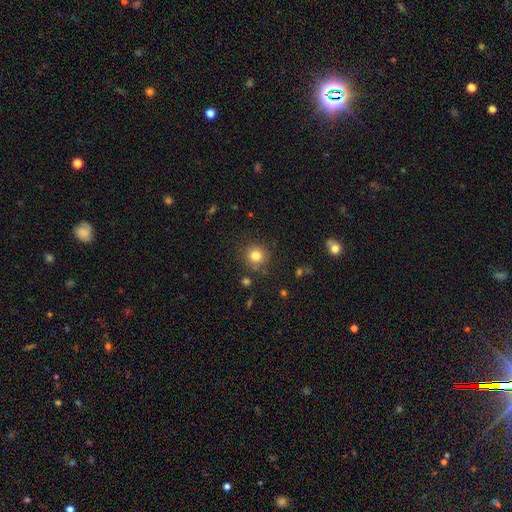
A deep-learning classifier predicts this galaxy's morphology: Overall: smooth (82%). How rounded: round (92%). Merging: none (85%).